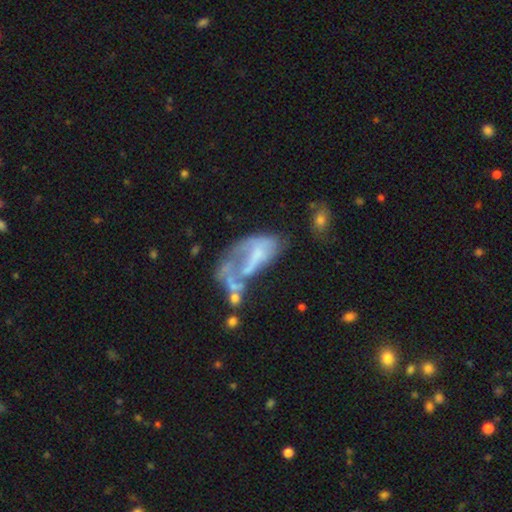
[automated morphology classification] This appears to be a featured or disk galaxy (57%) with no bar (74%), no spiral arms (80%) and no central bulge (57%). Merging: major disturbance (40%).